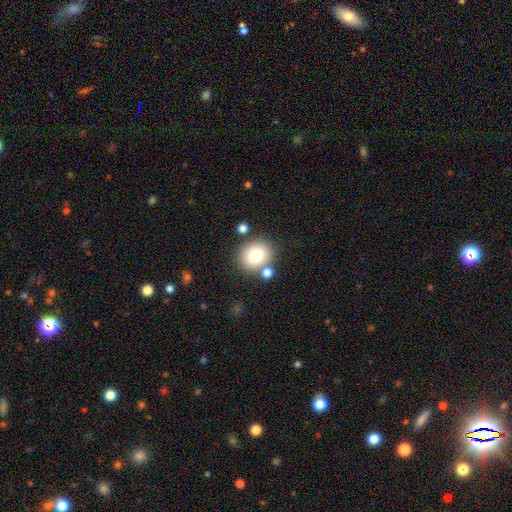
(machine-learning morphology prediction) smooth_or_featured: smooth (p=0.77) [alt: featured or disk p=0.12]
how_rounded: round (p=0.70) [alt: in between p=0.29]
merging: none (p=0.74) [alt: merger p=0.11]